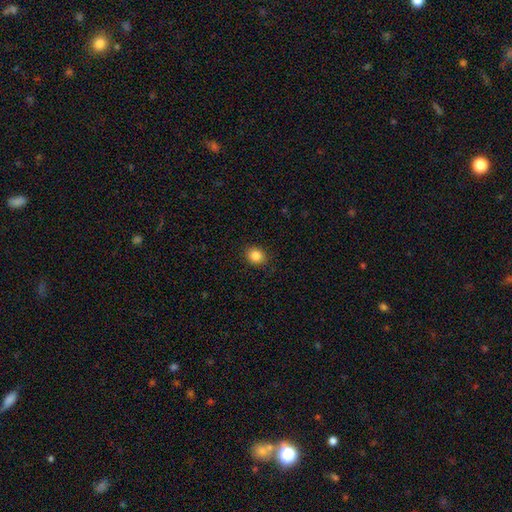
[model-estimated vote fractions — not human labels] A smooth galaxy with no disk features (86%) that is round (69%). Merging: none (88%).